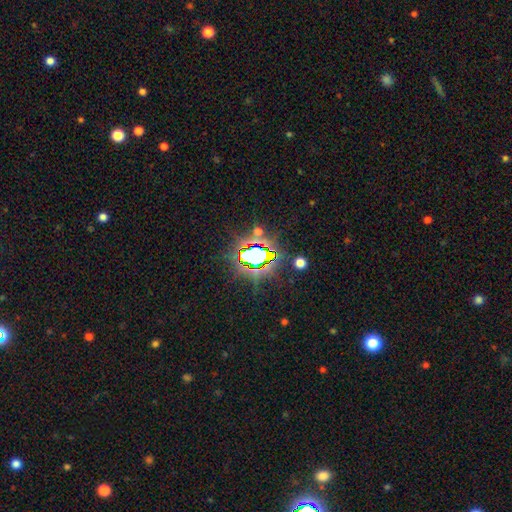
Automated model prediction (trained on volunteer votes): smooth_or_featured: star or artifact (p=0.74) [alt: smooth p=0.15]